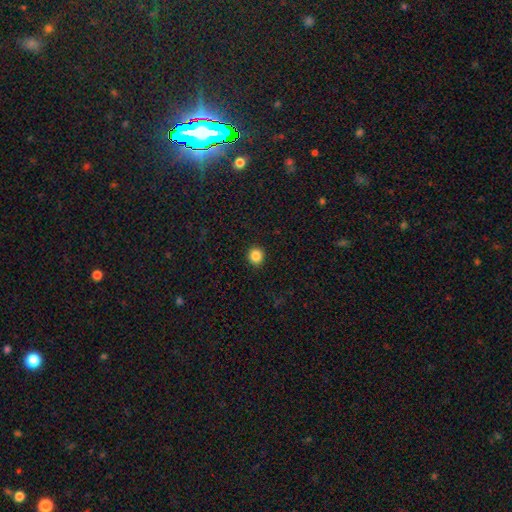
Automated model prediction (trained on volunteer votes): smooth_or_featured: smooth (p=0.86) [alt: star or artifact p=0.10]
how_rounded: round (p=0.93) [alt: in between p=0.06]
merging: none (p=0.93) [alt: minor disturbance p=0.04]